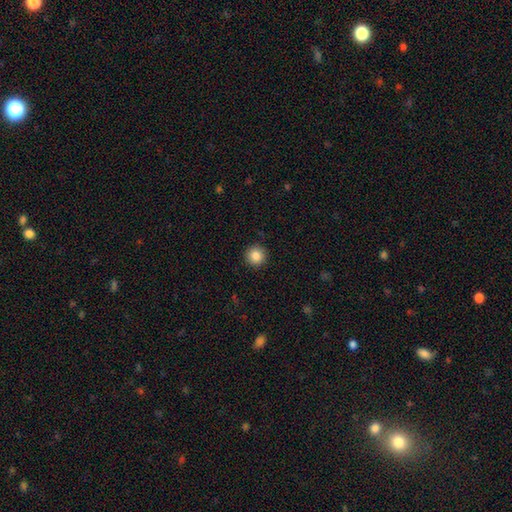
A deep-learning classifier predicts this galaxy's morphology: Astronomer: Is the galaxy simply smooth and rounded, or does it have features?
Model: smooth — 86%.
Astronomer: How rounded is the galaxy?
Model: round — 95%.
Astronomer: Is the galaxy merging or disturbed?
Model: none — 92%.